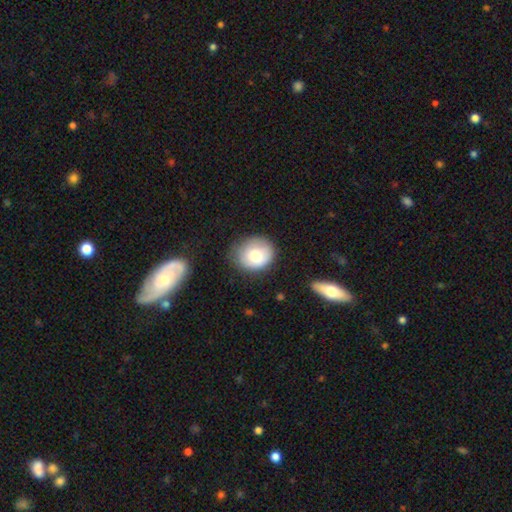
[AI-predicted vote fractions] Overall: smooth (78%). How rounded: round (67%; in between 32%). Merging: none (68%).